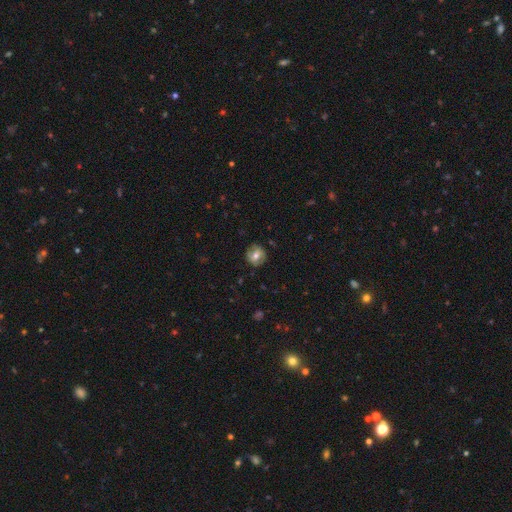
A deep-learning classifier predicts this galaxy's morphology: smooth 56%, featured or disk 35%, star or artifact 9%. Down the decision tree: how rounded — round (87%); merging — none (82%).